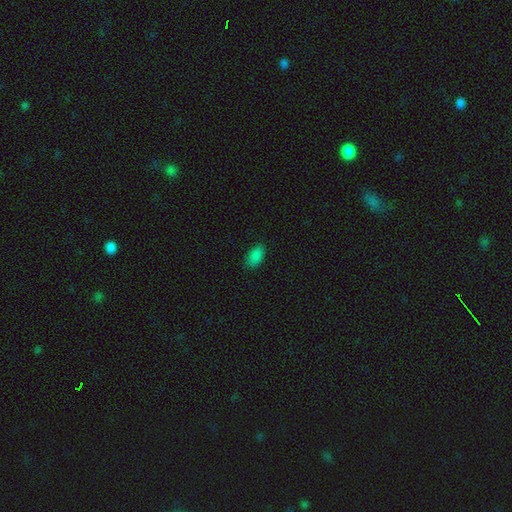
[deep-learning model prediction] Smooth or featured?
  - smooth: 86% *
  - star or artifact: 11%
  - featured or disk: 4%
How rounded?
  - in between: 93% *
  - round: 4%
  - cigar-shaped: 3%
Merging?
  - none: 85% *
  - minor disturbance: 12%
  - major disturbance: 2%
  - merger: 1%